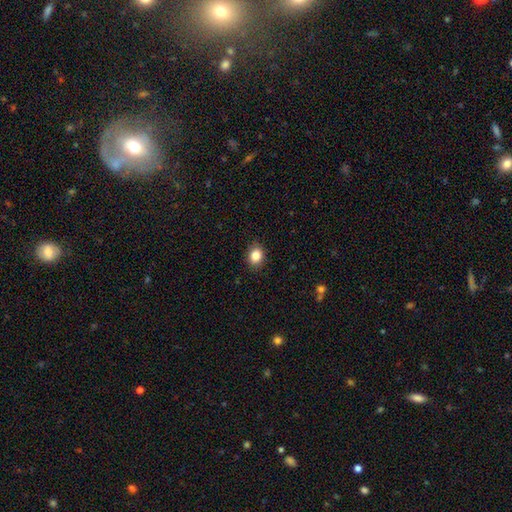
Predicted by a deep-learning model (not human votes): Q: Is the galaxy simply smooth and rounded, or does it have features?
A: smooth — 85%.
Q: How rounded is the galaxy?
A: in between — 52%.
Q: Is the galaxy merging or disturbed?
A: none — 89%.